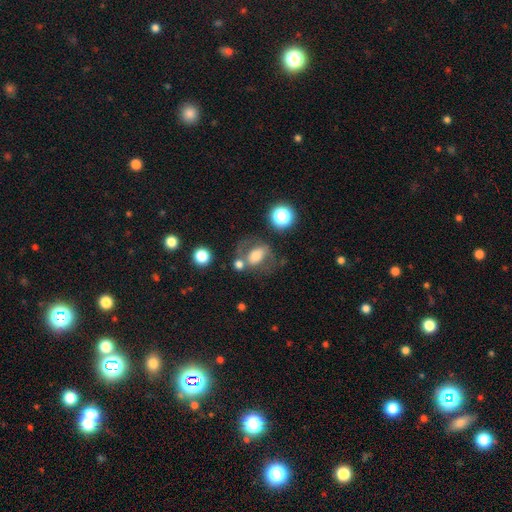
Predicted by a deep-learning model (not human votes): smooth-or-featured: smooth: 50% | featured or disk: 39% | star or artifact: 12%
  merging: none: 47% | minor disturbance: 18% | merger: 18% | major disturbance: 16%